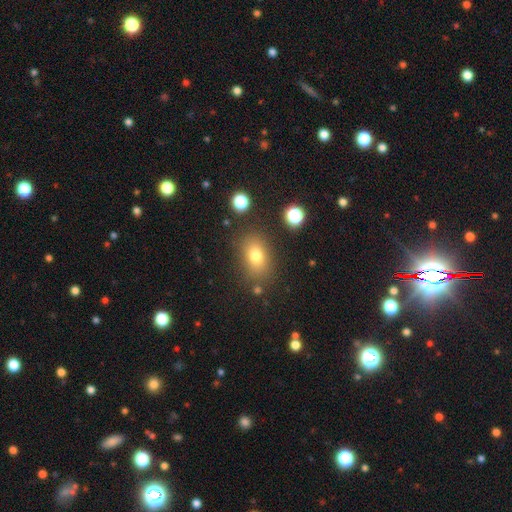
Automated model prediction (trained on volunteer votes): smooth_or_featured: smooth (p=0.76) [alt: star or artifact p=0.13]
how_rounded: in between (p=0.76) [alt: round p=0.22]
merging: none (p=0.79) [alt: minor disturbance p=0.13]